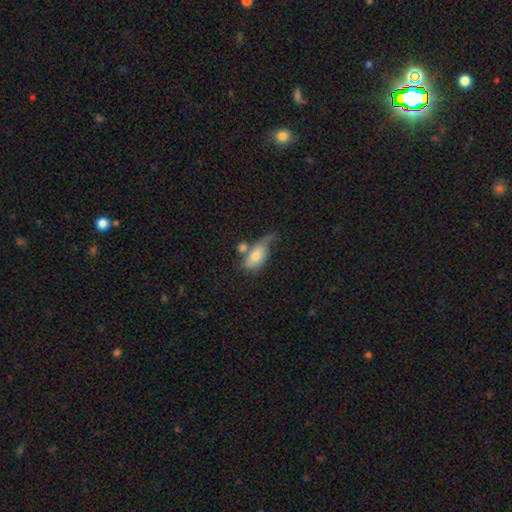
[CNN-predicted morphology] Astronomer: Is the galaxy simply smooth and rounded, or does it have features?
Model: smooth — 65%.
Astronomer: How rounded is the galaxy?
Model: in between — 85%.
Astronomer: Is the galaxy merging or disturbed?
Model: merger — 27% (runner-up: none, 25%).